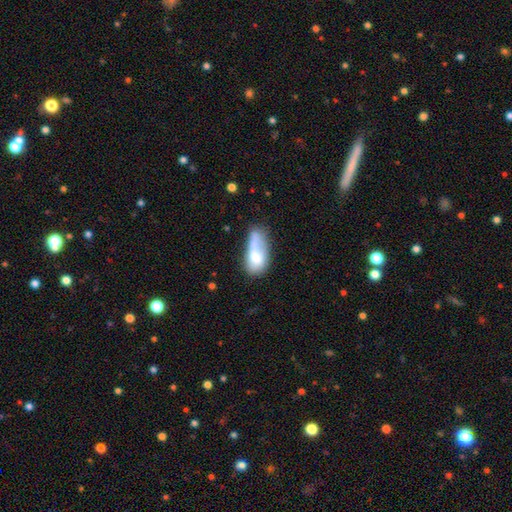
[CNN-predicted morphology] smooth 67%, featured or disk 25%, star or artifact 8%. Down the decision tree: how rounded — in between (82%); merging — merger (32%).